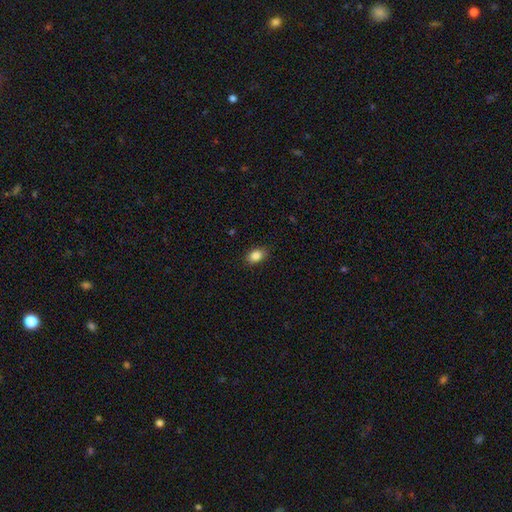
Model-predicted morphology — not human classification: The model was most divided on "how rounded": in between: 78%, round: 20%, cigar-shaped: 1%. More confident: merging — none (86%); smooth or featured — smooth (86%).